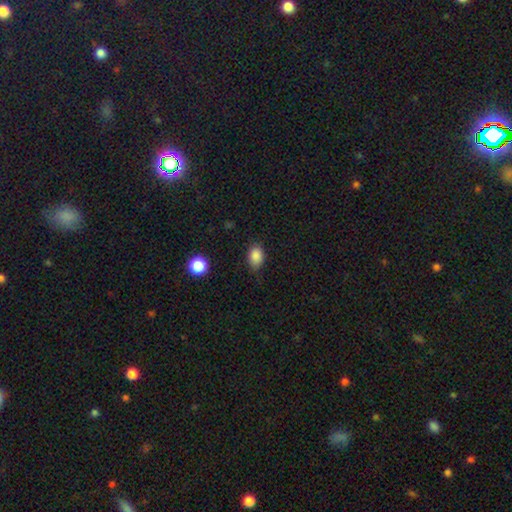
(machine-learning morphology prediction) A smooth galaxy with no disk features (86%) that is in between round and cigar-shaped (74%).

Vote fractions:
- Smooth or featured? smooth: 86% / star or artifact: 10% / featured or disk: 4%
- How rounded? in between: 74% / round: 25% / cigar-shaped: 1%
- Merging? none: 73% / minor disturbance: 22% / major disturbance: 4% / merger: 1%